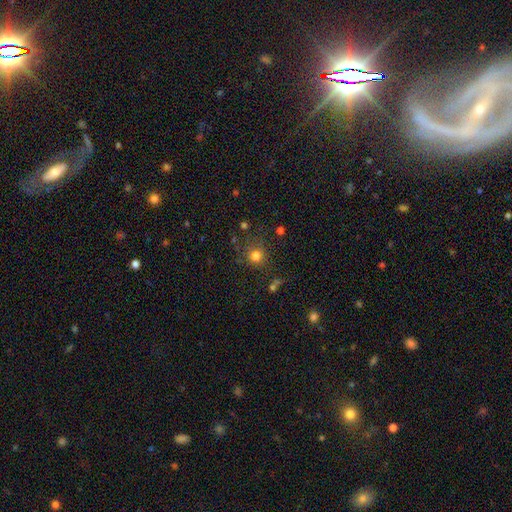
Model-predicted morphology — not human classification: smooth_or_featured: smooth (p=0.78) [alt: star or artifact p=0.15]
how_rounded: round (p=0.89) [alt: in between p=0.10]
merging: none (p=0.76) [alt: minor disturbance p=0.13]